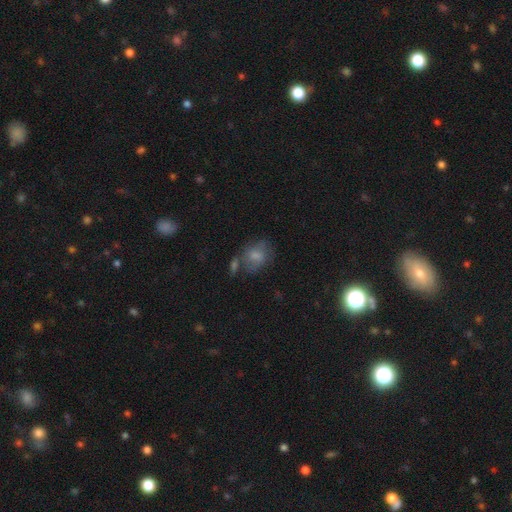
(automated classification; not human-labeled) Smooth or featured? Predicted: smooth (p=0.67). How rounded? Predicted: in between (p=0.61). Merging? Predicted: none (p=0.45).